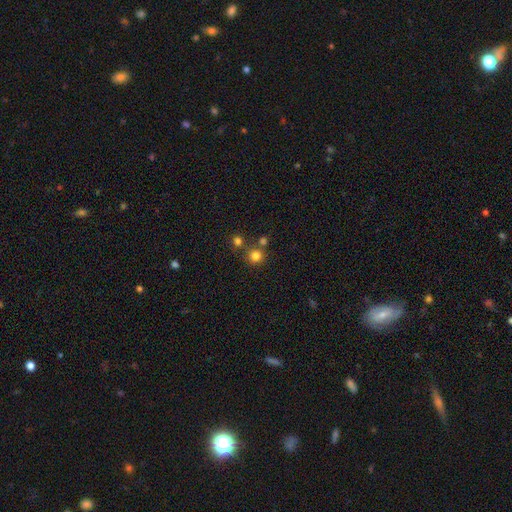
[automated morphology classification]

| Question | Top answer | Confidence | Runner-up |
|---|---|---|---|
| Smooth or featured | smooth | 78% | star or artifact (15%) |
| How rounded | round | 92% | in between (7%) |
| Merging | none | 71% | merger (19%) |